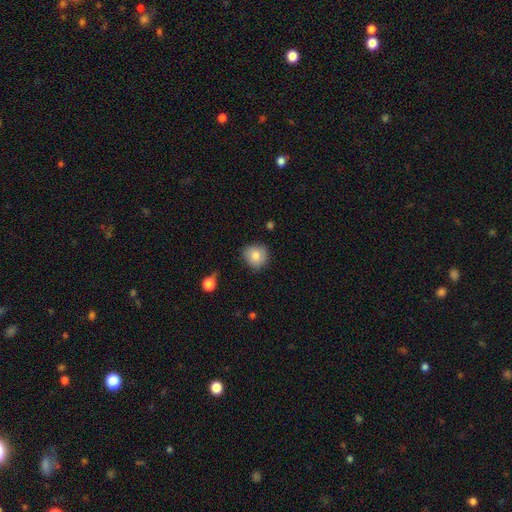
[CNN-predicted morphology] A smooth galaxy with no disk features (81%) that is round (84%). Merging: none (75%).